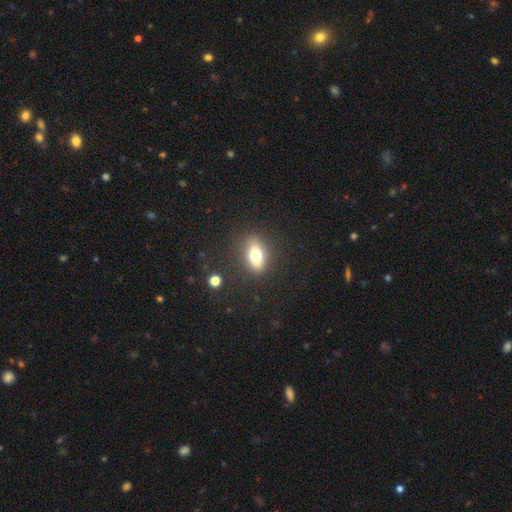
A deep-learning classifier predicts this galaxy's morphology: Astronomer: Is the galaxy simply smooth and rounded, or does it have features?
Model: smooth — 71%.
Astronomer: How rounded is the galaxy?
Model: in between — 78%.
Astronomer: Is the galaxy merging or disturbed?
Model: none — 83%.